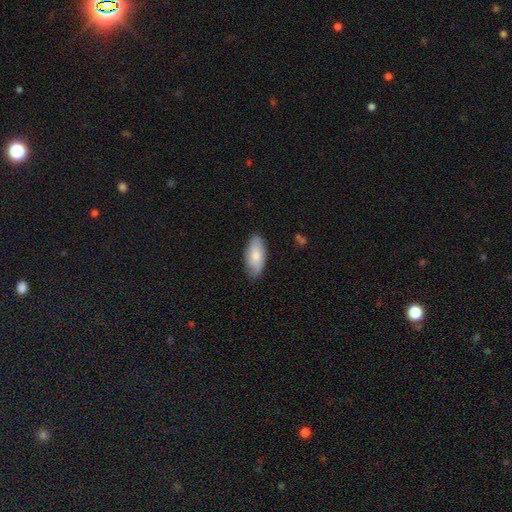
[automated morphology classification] A smooth galaxy with no disk features (77%) that is in between round and cigar-shaped (90%). Merging: none (81%).